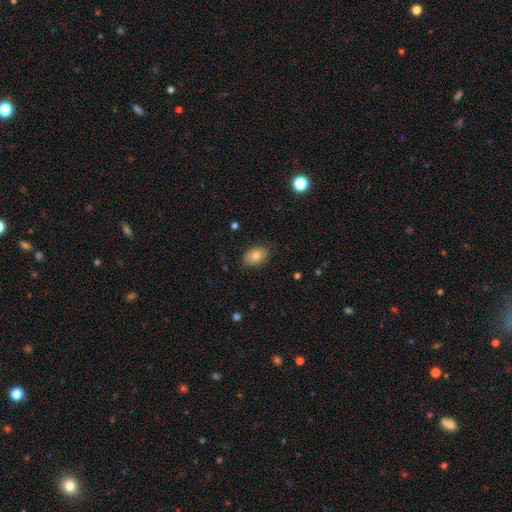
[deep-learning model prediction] The model was most divided on "smooth or featured": smooth: 79%, featured or disk: 13%, star or artifact: 8%. More confident: how rounded — in between (84%); merging — none (82%).